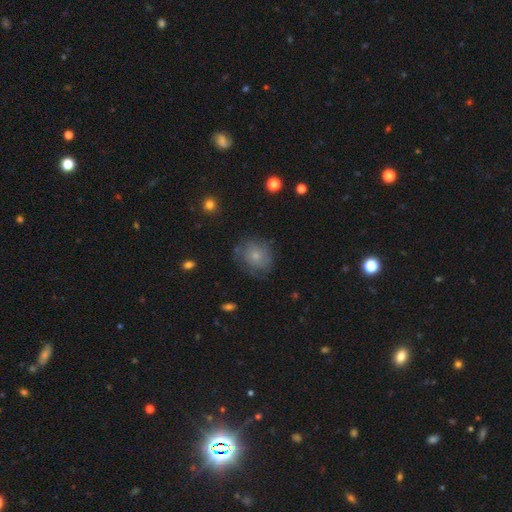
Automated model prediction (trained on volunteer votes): Smooth or featured: smooth — 65% (featured or disk — 24%)
How rounded: round — 76% (in between — 23%)
Merging: none — 69% (minor disturbance — 20%)